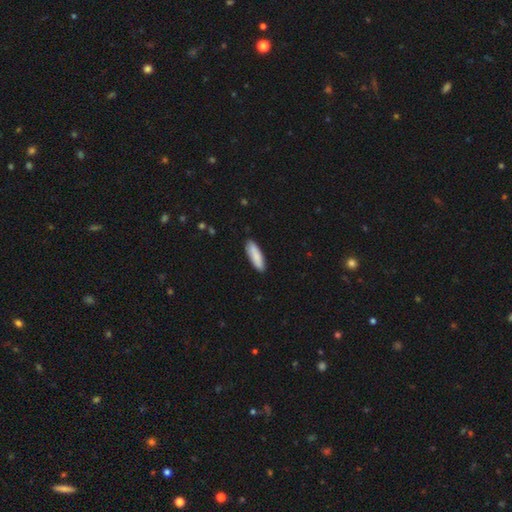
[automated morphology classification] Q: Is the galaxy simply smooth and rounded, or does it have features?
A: smooth — 87%.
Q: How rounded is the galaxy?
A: cigar-shaped — 56%.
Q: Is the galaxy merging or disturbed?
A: none — 88%.